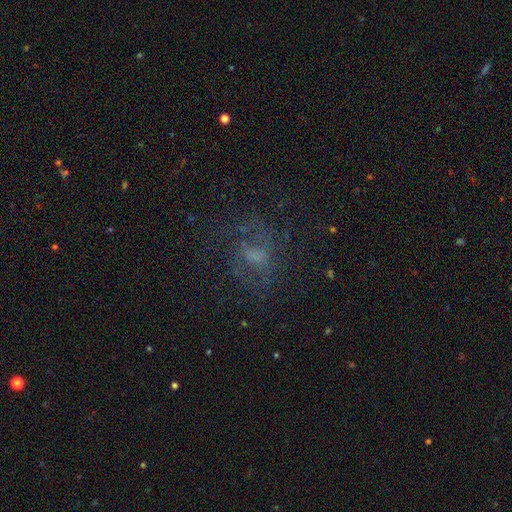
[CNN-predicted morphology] smooth-or-featured: featured or disk: 59% | smooth: 23% | star or artifact: 18%
  disk-edge-on: no: 97% | yes: 3%
    bar: no: 50% | weak: 41% | strong: 9%
    has-spiral-arms: yes: 77% | no: 23%
    bulge-size: moderate: 34% | none: 28% | small: 27% | large: 10% | dominant: 2%
  merging: none: 63% | major disturbance: 20% | minor disturbance: 16% | merger: 2%